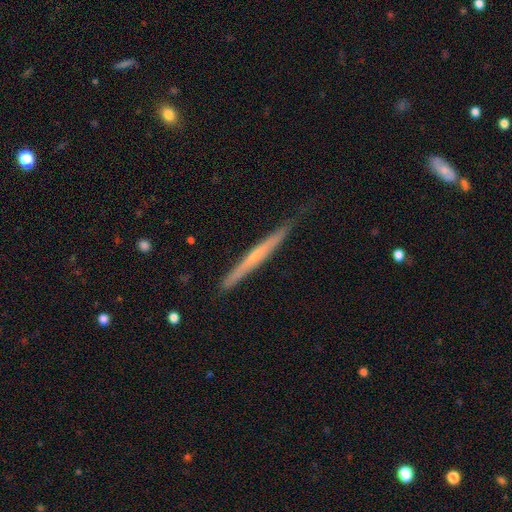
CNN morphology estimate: featured or disk 62%, smooth 33%, star or artifact 5%. Down the decision tree: edge-on disk — yes (97%); edge-on bulge — none (52%); merging — none (79%).